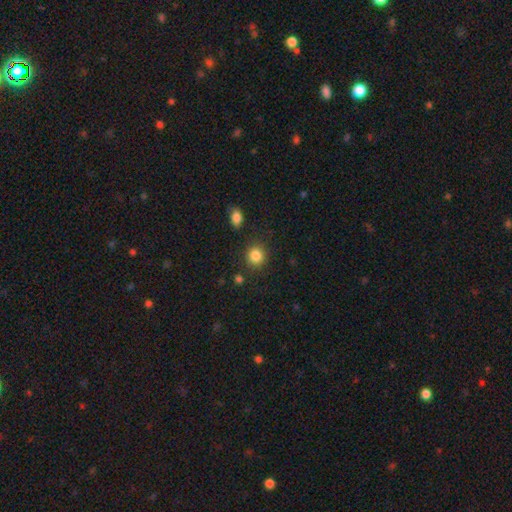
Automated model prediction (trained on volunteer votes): This is clearly a smooth galaxy (85%). How rounded: clearly round (84%). Merging: clearly none (86%).